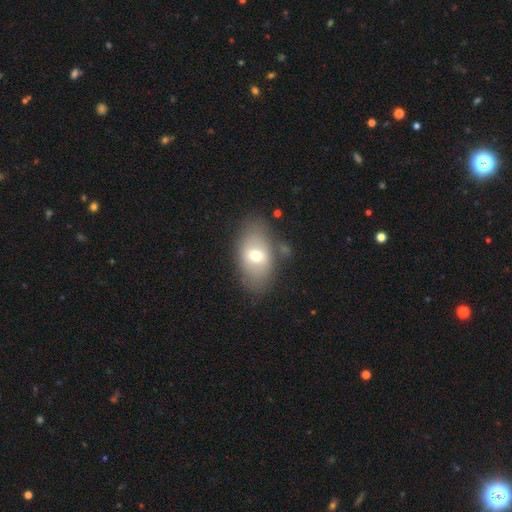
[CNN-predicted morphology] type=smooth (66%); roundness=in between (89%); merging=none (74%).